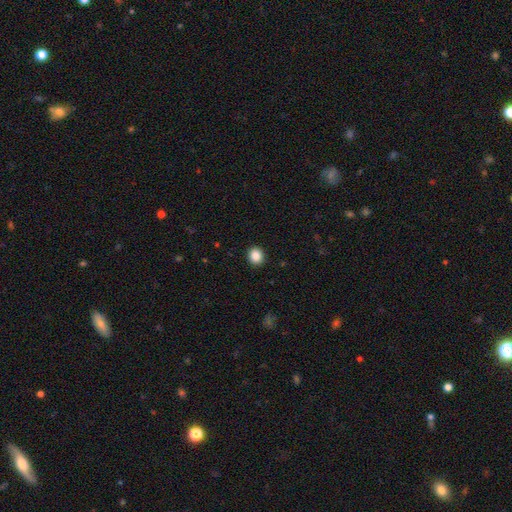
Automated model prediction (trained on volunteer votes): Q: Smooth or featured?
A: smooth (87%); runner-up: star or artifact (9%)
Q: How rounded?
A: round (76%); runner-up: in between (23%)
Q: Merging?
A: none (92%); runner-up: minor disturbance (5%)